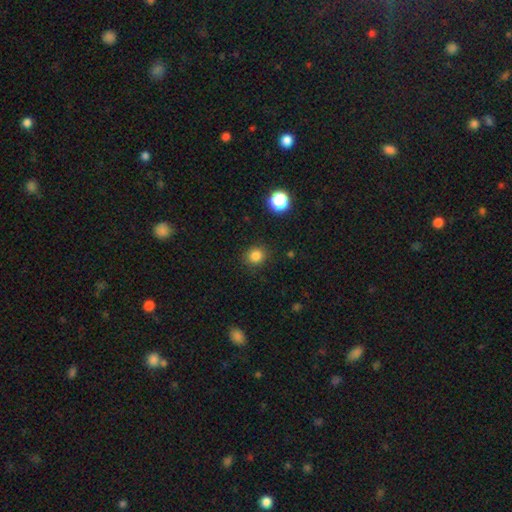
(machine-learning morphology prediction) This is clearly a smooth galaxy (84%). How rounded: clearly round (87%). Merging: clearly none (89%).